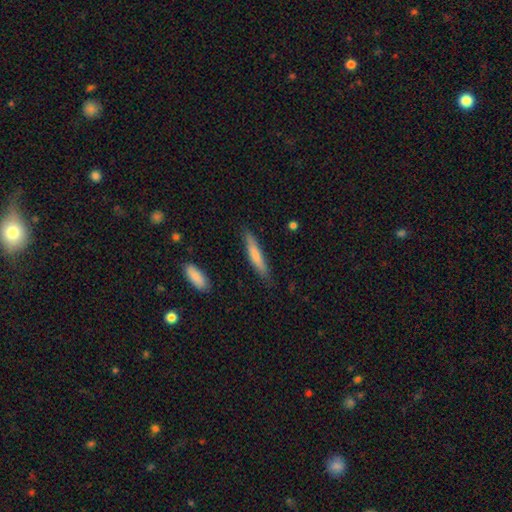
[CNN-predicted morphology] This appears to be a smooth galaxy with no disk features (73%) that is cigar-shaped (88%). Merging: none (80%).